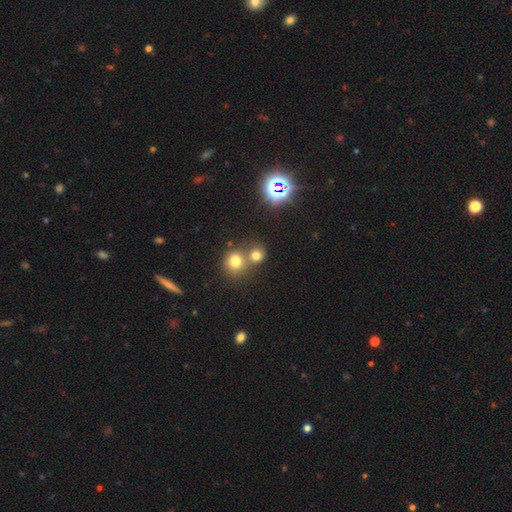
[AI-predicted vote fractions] Smooth or featured? Predicted: smooth (p=0.71). How rounded? Predicted: round (p=0.83). Merging? Predicted: none (p=0.50).